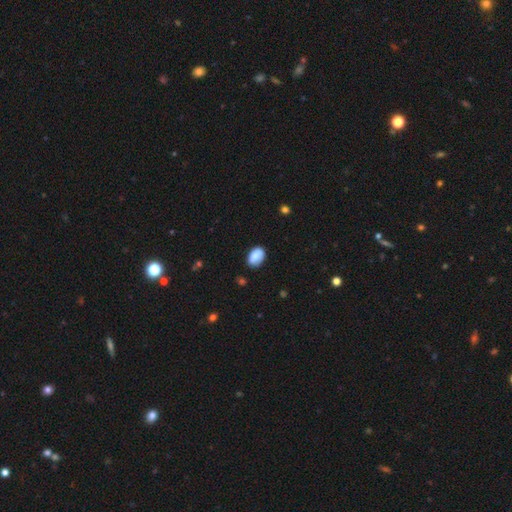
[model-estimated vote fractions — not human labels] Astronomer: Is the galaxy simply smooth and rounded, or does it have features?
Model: smooth — 82%.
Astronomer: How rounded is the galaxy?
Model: in between — 87%.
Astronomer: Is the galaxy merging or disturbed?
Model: none — 74%.